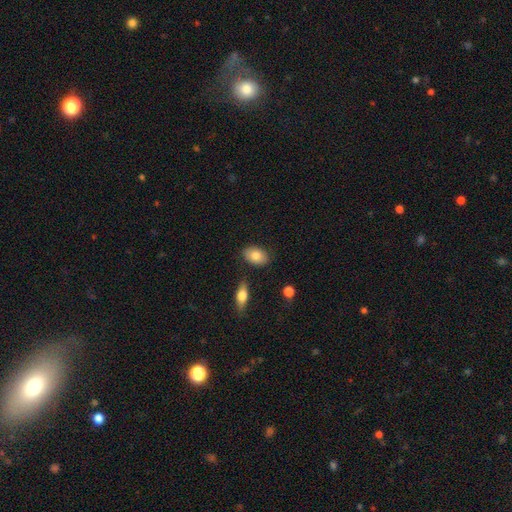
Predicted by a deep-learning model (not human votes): smooth 80%, featured or disk 14%, star or artifact 6%. Down the decision tree: how rounded — in between (87%); merging — none (84%).